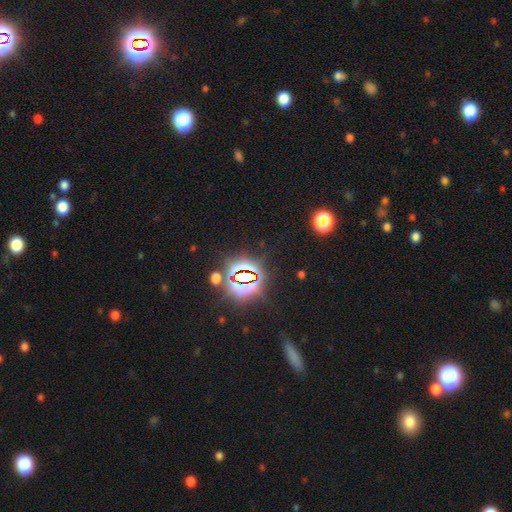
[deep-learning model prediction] star or artifact 82%, smooth 11%, featured or disk 7%.